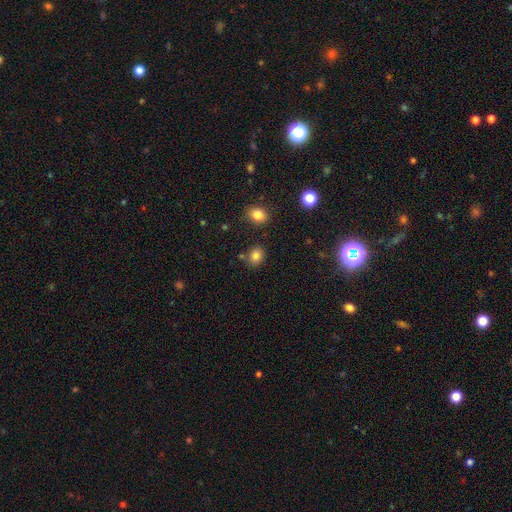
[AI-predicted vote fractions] Morphology: type=smooth (83%); roundness=round (61%); merging=none (80%).